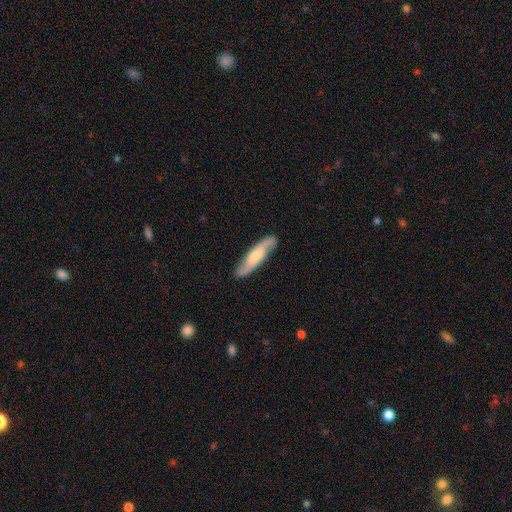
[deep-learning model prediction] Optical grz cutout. It shows a featured or disk galaxy (61%). Merging: none (85%).